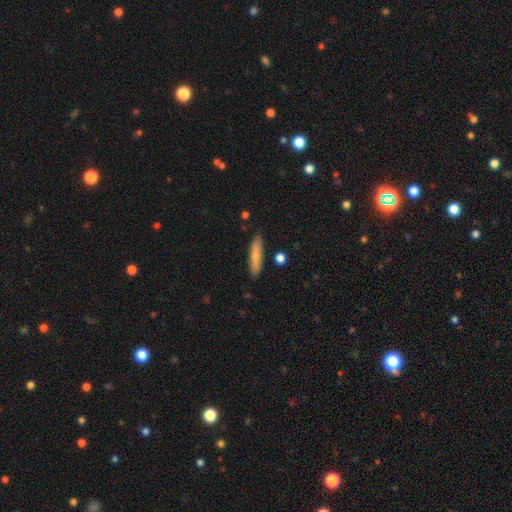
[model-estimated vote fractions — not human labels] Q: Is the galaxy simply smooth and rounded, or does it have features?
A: smooth — 71%.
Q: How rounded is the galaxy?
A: cigar-shaped — 83%.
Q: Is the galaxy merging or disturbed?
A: none — 85%.